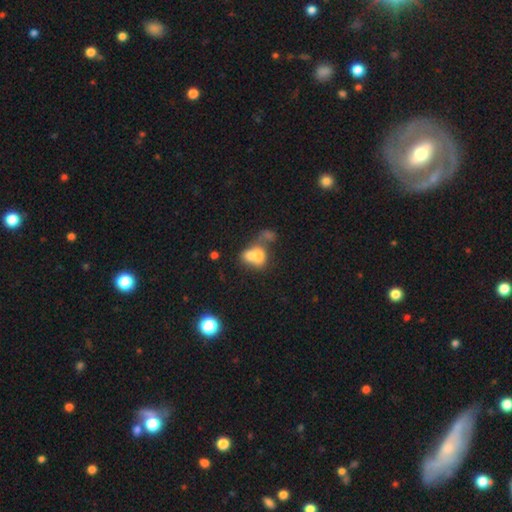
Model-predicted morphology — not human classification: Overall: smooth (67%). How rounded: in between (55%; round 44%). Merging: merger (72%).